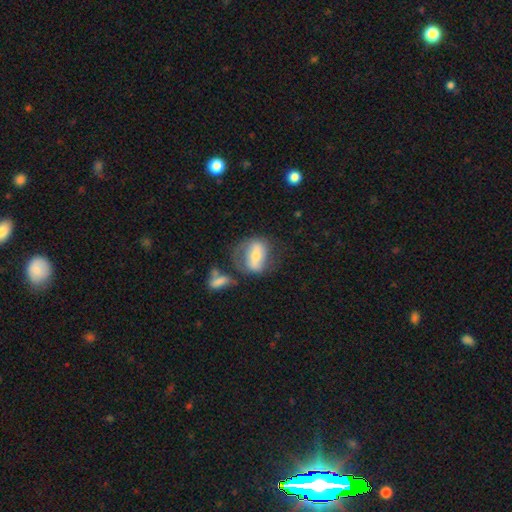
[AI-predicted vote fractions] Smooth or featured?
  - featured or disk: 48% *
  - smooth: 45%
  - star or artifact: 8%
Merging?
  - none: 42% *
  - minor disturbance: 22%
  - major disturbance: 21%
  - merger: 16%